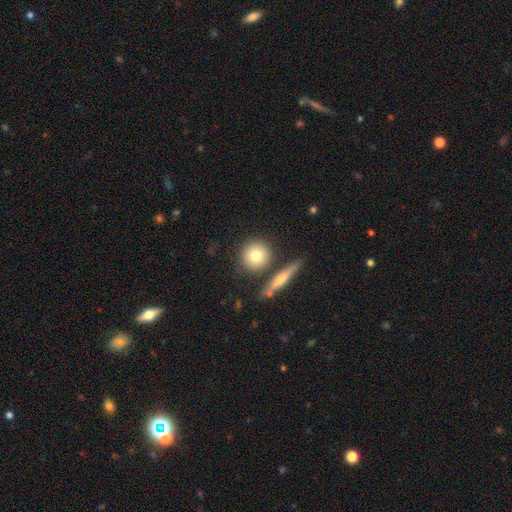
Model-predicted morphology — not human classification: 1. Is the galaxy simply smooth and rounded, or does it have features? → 77% smooth, 15% featured or disk, 7% star or artifact.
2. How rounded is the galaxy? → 88% round, 9% in between, 3% cigar-shaped.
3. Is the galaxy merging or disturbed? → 77% none, 11% merger, 10% minor disturbance, 3% major disturbance.